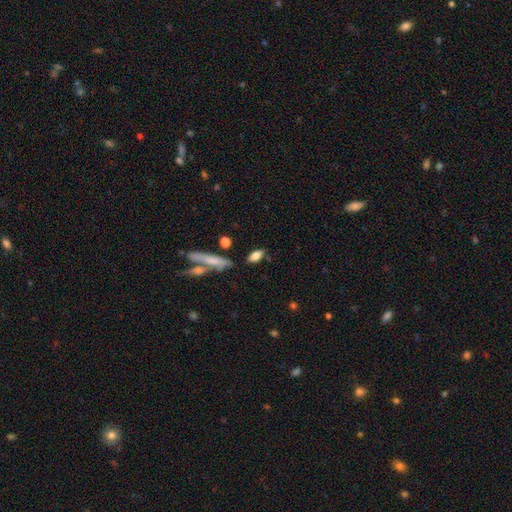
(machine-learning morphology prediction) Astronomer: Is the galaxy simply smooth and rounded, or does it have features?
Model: smooth — 77%.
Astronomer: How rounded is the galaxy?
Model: in between — 73%.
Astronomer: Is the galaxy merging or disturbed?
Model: none — 75%.